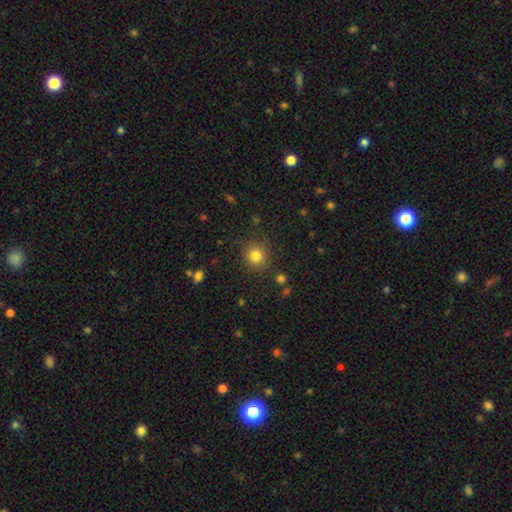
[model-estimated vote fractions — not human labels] Smooth or featured? Predicted: smooth (p=0.82). How rounded? Predicted: round (p=0.90). Merging? Predicted: none (p=0.87).